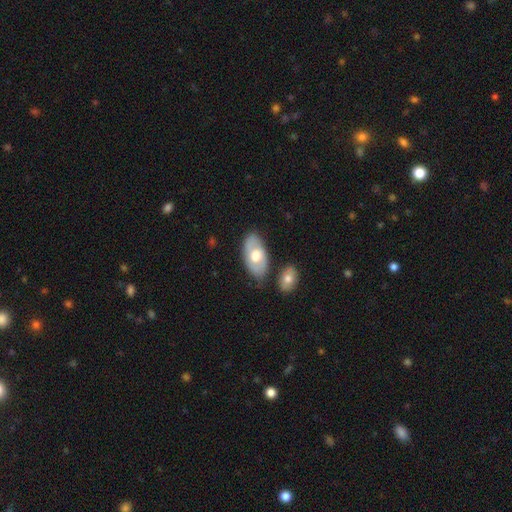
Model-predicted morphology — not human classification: Overall: smooth (53%; featured or disk 41%). How rounded: in between (93%). Merging: none (74%).